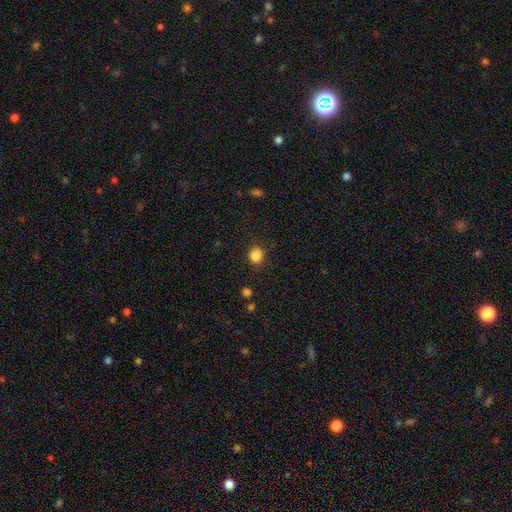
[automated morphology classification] type=smooth (86%); roundness=round (75%); merging=none (86%).